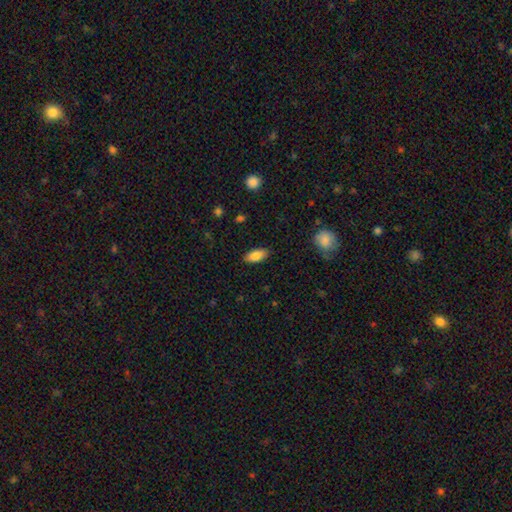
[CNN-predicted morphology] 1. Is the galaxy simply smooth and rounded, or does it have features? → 84% smooth, 9% featured or disk, 7% star or artifact.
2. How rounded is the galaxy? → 88% in between, 10% cigar-shaped, 2% round.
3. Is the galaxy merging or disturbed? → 87% none, 10% minor disturbance, 2% major disturbance, 1% merger.